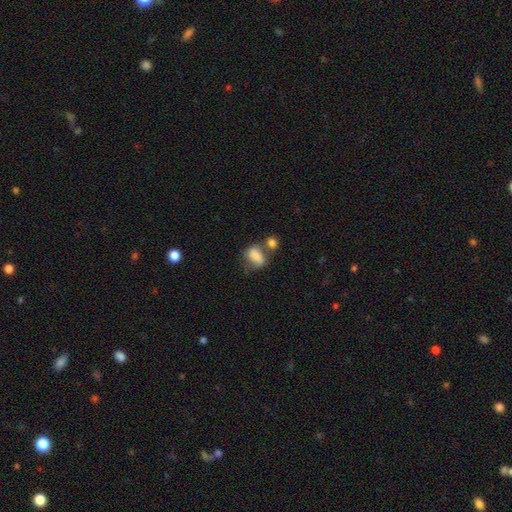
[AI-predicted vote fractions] Smooth or featured: smooth — 75% (featured or disk — 15%)
How rounded: in between — 78% (round — 20%)
Merging: merger — 35% (none — 28%)